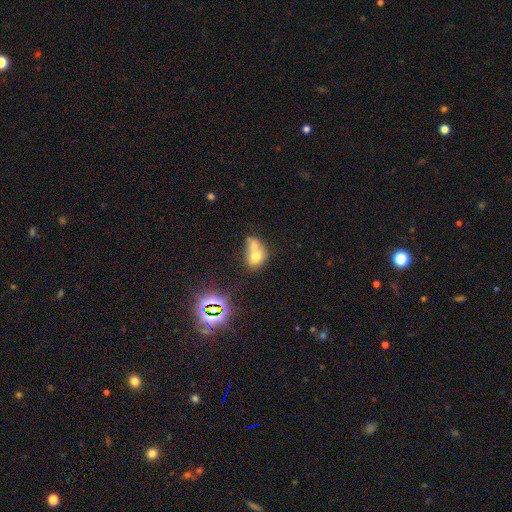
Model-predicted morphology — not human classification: smooth_or_featured: smooth (p=0.64) [alt: featured or disk p=0.22]
how_rounded: in between (p=0.61) [alt: round p=0.37]
merging: merger (p=0.64) [alt: none p=0.22]